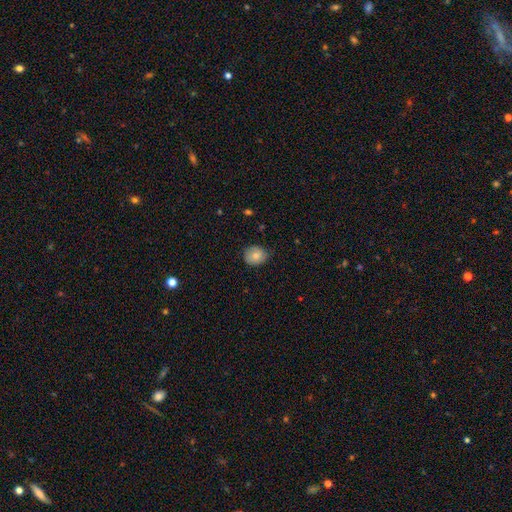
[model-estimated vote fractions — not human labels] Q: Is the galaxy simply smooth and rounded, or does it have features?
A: smooth — 80%.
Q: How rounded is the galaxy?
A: round — 68%.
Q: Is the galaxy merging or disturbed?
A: none — 74%.